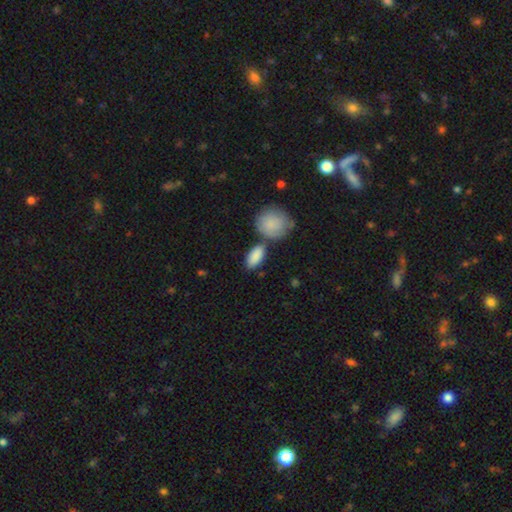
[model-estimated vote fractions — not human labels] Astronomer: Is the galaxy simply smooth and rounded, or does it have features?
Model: smooth — 88%.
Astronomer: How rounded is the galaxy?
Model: in between — 88%.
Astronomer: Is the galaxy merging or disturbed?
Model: none — 62%.